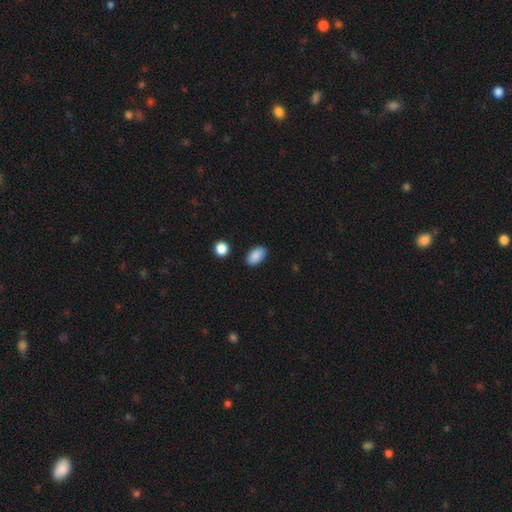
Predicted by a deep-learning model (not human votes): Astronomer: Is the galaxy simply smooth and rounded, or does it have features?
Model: smooth — 89%.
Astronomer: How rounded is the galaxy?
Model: in between — 93%.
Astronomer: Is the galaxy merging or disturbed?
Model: none — 87%.